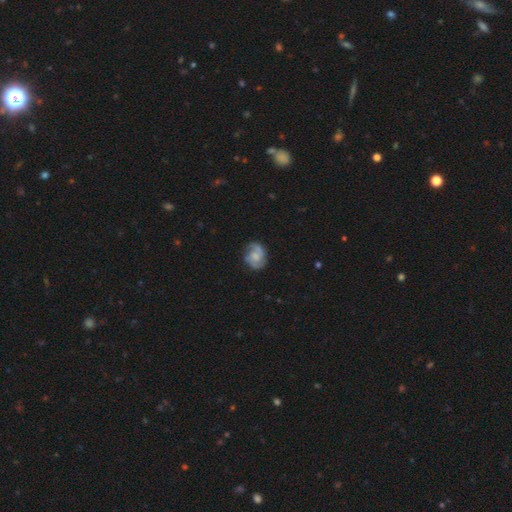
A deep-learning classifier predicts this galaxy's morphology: Overall: featured or disk (67%). Edge-on disk: no (98%). Bar: no (63%; weak 33%). Spiral arms: yes (93%). Spiral arm count: 2 (75%). Spiral winding: medium (47%; tight 30%). Bulge size: small (41%; moderate 39%). Merging: none (70%).